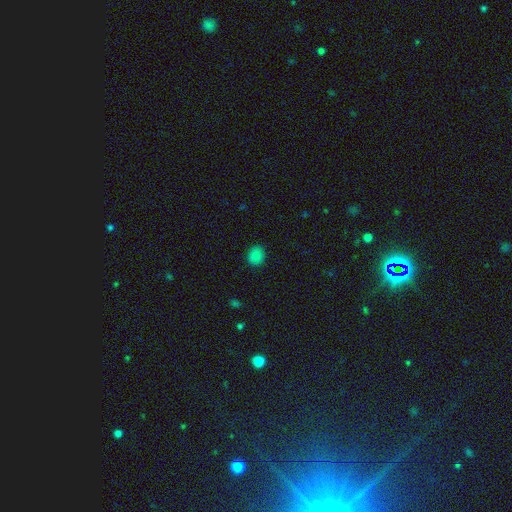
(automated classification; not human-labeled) Overall: smooth (83%). How rounded: round (62%; in between 37%). Merging: none (87%).